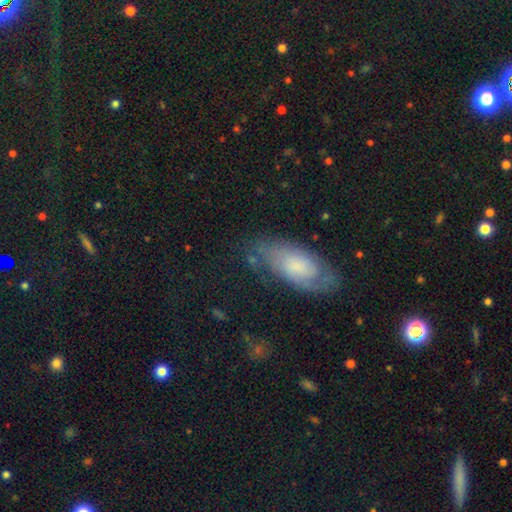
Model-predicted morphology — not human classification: This appears to be a featured or disk galaxy (51%). Merging: none (70%).